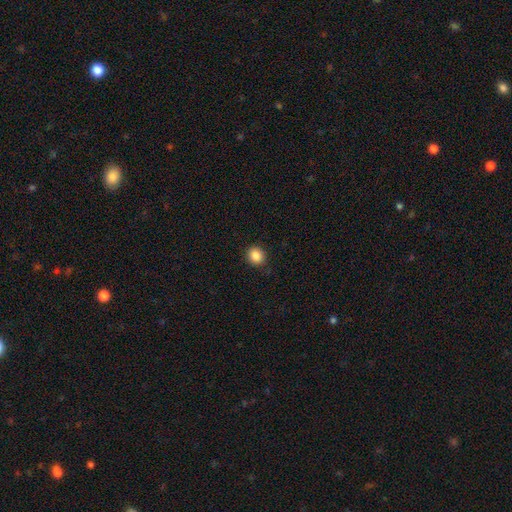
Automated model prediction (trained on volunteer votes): Overall: smooth (87%). How rounded: round (80%). Merging: none (89%).